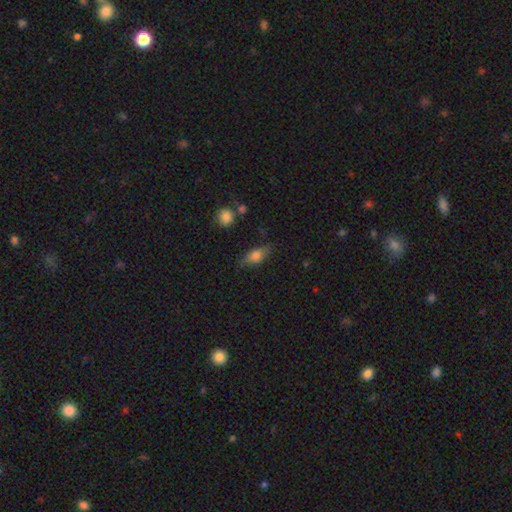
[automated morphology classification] Smooth or featured? Predicted: smooth (p=0.58). How rounded? Predicted: in between (p=0.73). Merging? Predicted: none (p=0.73).